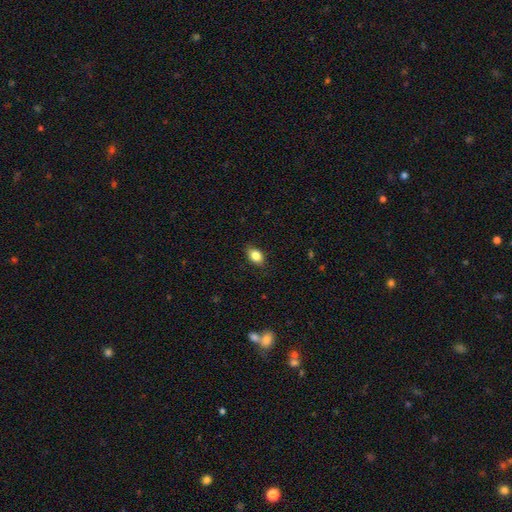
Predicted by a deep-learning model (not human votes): Smooth or featured? Predicted: smooth (p=0.84). How rounded? Predicted: in between (p=0.81). Merging? Predicted: none (p=0.84).